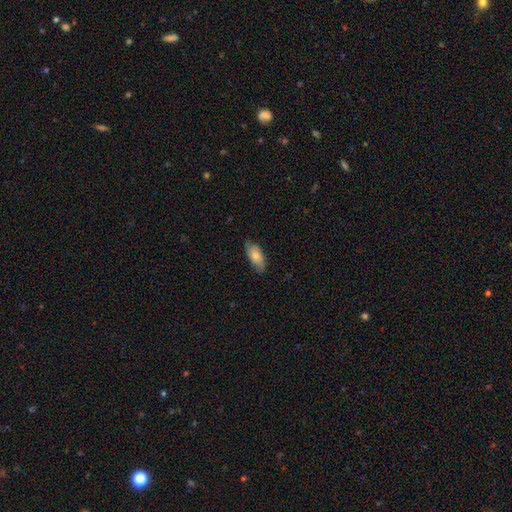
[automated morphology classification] A smooth galaxy with no disk features (75%) that is in between round and cigar-shaped (88%). Merging: none (76%).